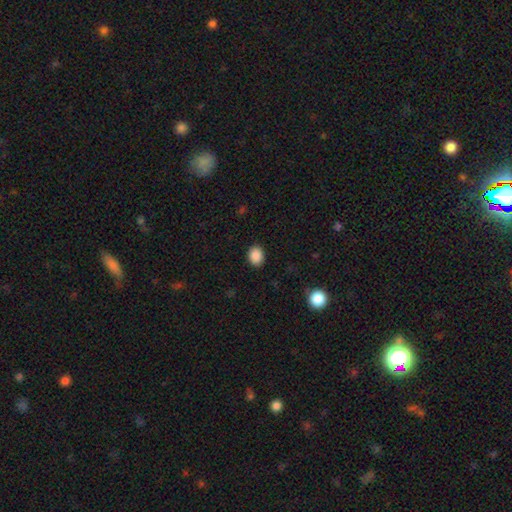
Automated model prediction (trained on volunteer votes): A smooth galaxy with no disk features (89%) that is in between round and cigar-shaped (55%). Merging: none (89%).